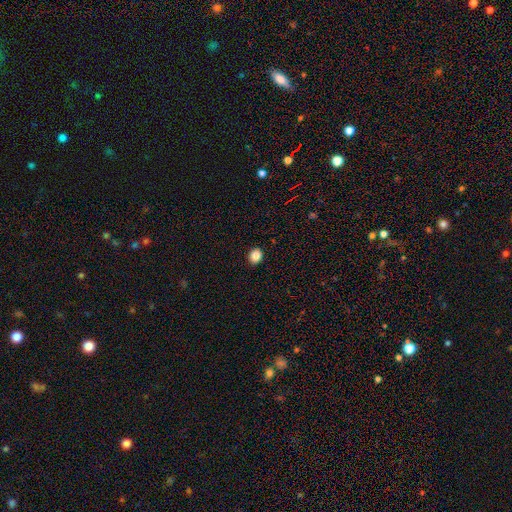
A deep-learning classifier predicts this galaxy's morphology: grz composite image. It shows a smooth galaxy with no disk features (85%) that is round (54%). Merging: none (91%).